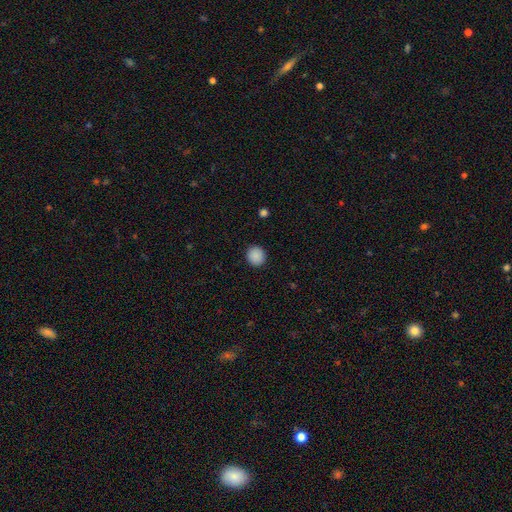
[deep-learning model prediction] This is clearly a smooth galaxy (89%). How rounded: clearly round (89%). Merging: clearly none (92%).